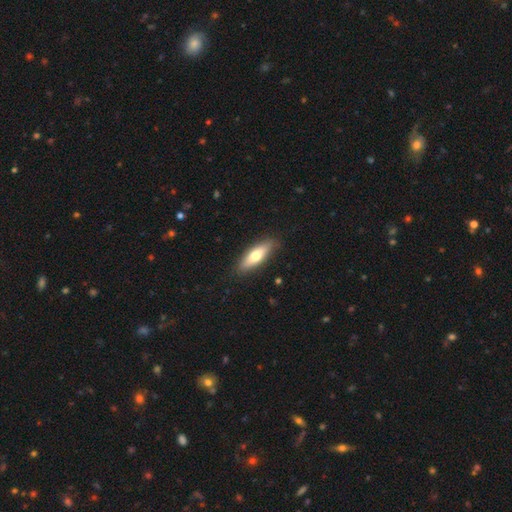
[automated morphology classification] smooth_or_featured: smooth (p=0.62) [alt: featured or disk p=0.32]
how_rounded: cigar-shaped (p=0.52) [alt: in between p=0.46]
merging: none (p=0.87) [alt: minor disturbance p=0.10]